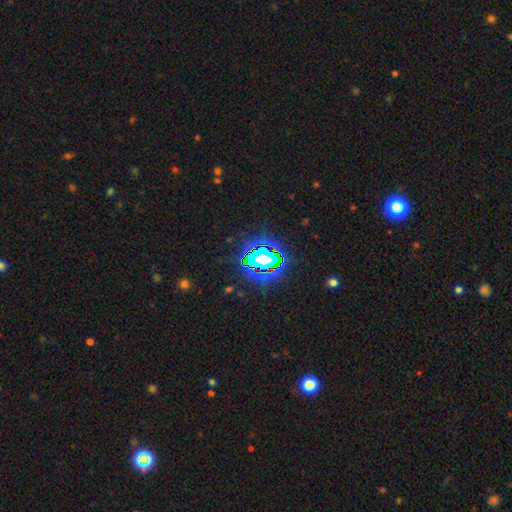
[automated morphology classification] A star or artifact, not a galaxy (75%).